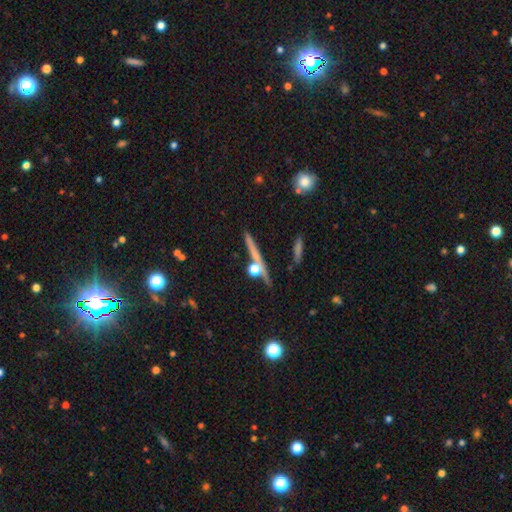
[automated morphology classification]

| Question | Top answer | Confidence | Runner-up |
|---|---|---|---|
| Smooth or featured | featured or disk | 61% | smooth (26%) |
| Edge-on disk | yes | 94% | no (6%) |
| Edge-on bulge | rounded | 54% | none (37%) |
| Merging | none | 79% | minor disturbance (10%) |